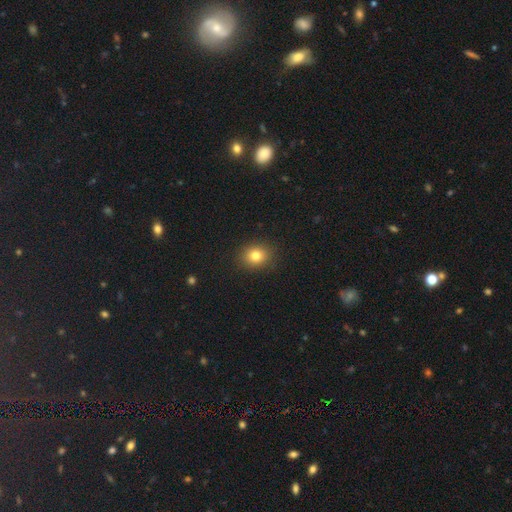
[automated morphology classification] This is clearly a smooth galaxy (80%). How rounded: likely round (68%). Merging: clearly none (89%).